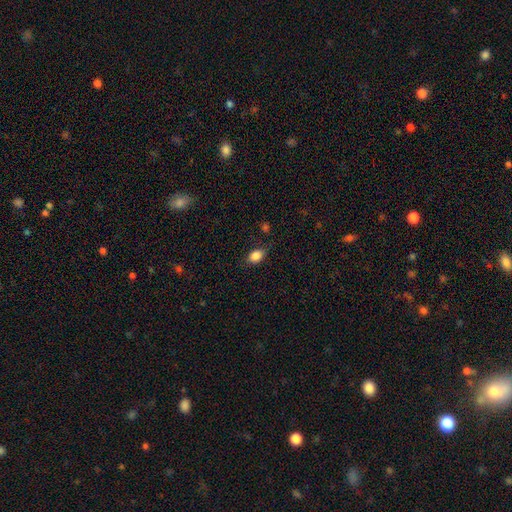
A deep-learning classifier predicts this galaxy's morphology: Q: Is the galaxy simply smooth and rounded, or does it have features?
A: smooth — 85%.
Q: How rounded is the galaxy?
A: in between — 76%.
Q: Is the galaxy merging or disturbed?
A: none — 73%.